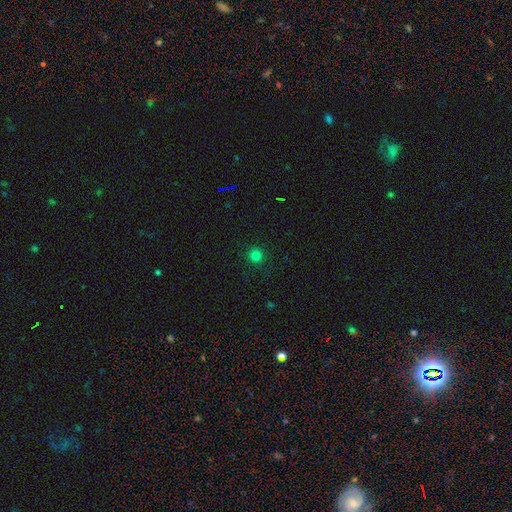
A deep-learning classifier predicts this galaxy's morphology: Smooth or featured?
  - smooth: 80% *
  - star or artifact: 16%
  - featured or disk: 4%
How rounded?
  - round: 95% *
  - in between: 4%
  - cigar-shaped: 1%
Merging?
  - none: 92% *
  - minor disturbance: 5%
  - major disturbance: 2%
  - merger: 1%